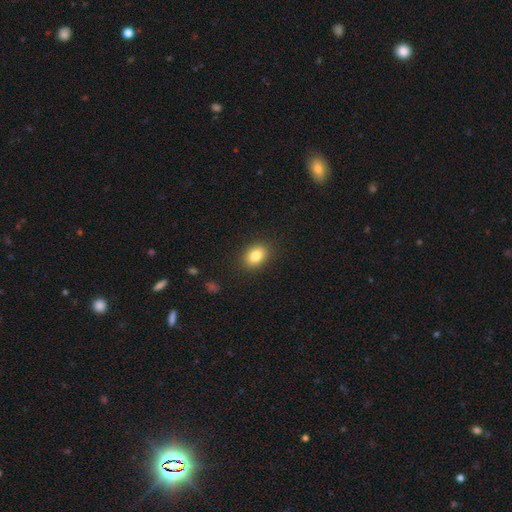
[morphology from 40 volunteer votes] type=smooth (88%); roundness=in between (74%); merging=none (97%).